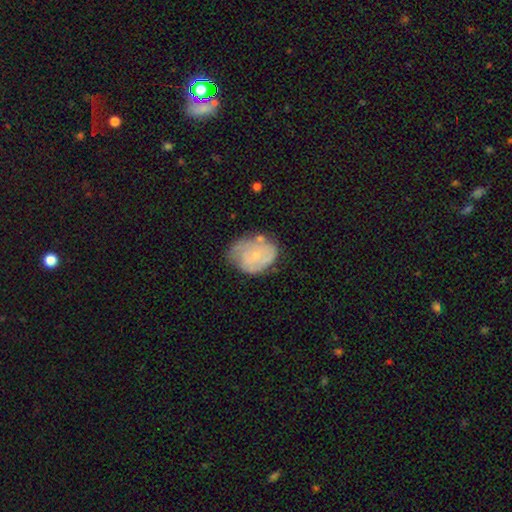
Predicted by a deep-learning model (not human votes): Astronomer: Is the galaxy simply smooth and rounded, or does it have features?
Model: featured or disk — 54% (runner-up: smooth, 39%).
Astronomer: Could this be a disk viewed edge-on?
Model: no — 97%.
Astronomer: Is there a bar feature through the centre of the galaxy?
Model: no — 79%.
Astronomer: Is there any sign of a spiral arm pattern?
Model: yes — 69%.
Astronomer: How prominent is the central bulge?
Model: small — 74%.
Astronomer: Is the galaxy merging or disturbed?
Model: none — 50% (runner-up: minor disturbance, 32%).